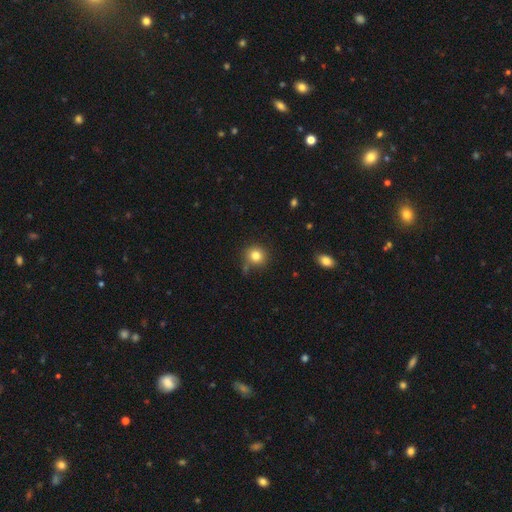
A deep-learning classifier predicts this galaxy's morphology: A smooth galaxy with no disk features (81%) that is round (90%).

Vote fractions:
- Smooth or featured? smooth: 81% / star or artifact: 11% / featured or disk: 7%
- How rounded? round: 90% / in between: 9% / cigar-shaped: 1%
- Merging? none: 77% / minor disturbance: 13% / merger: 7% / major disturbance: 4%